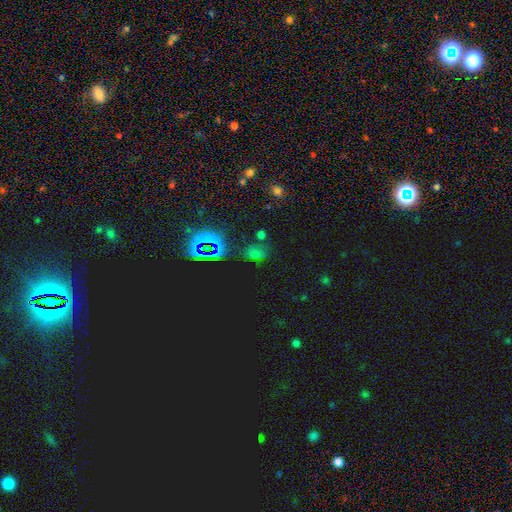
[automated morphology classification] smooth-or-featured: star or artifact: 60% | smooth: 30% | featured or disk: 10%